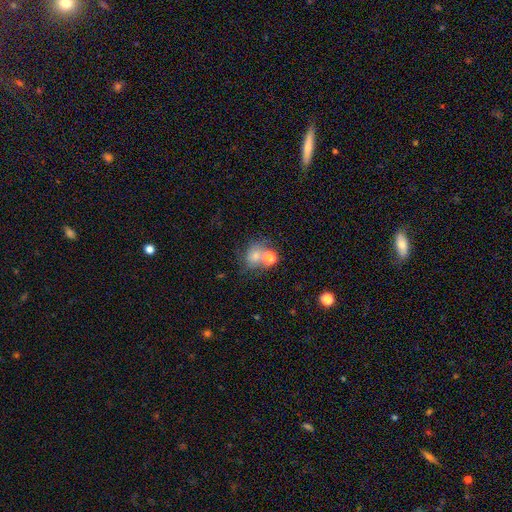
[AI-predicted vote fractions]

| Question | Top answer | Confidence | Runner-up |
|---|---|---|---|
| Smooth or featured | smooth | 68% | featured or disk (17%) |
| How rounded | round | 65% | in between (34%) |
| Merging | none | 41% | merger (38%) |